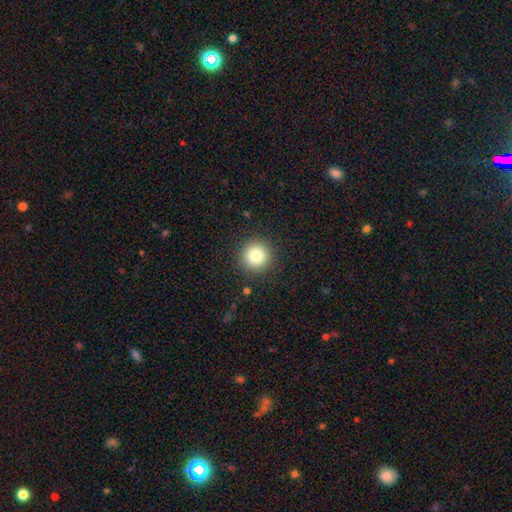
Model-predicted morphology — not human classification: This is clearly a smooth galaxy (82%). How rounded: clearly round (95%). Merging: clearly none (91%).